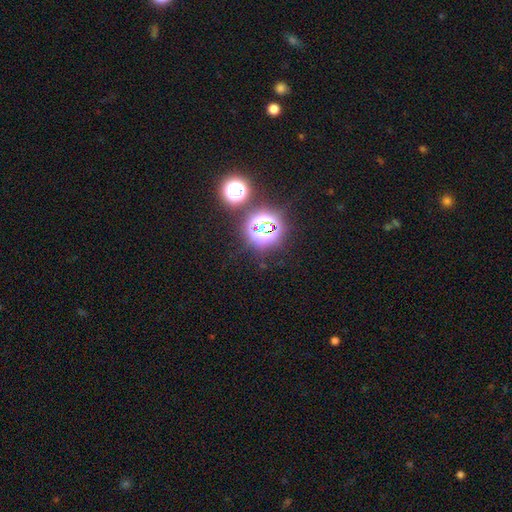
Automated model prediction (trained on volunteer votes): Morphology: type=star or artifact (73%).